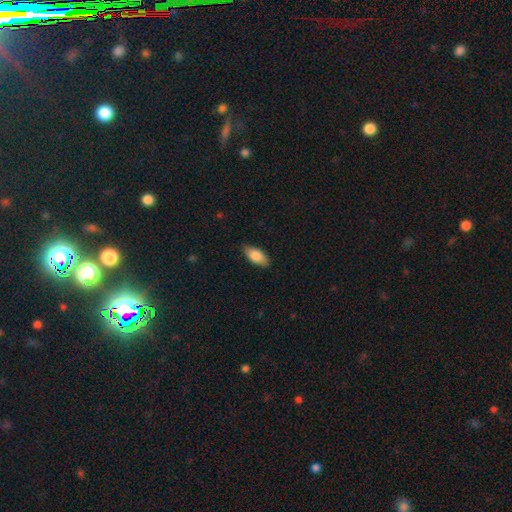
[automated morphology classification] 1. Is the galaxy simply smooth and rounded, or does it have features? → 82% smooth, 12% featured or disk, 6% star or artifact.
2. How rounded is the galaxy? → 88% in between, 9% cigar-shaped, 3% round.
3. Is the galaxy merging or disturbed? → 85% none, 12% minor disturbance, 2% major disturbance, 1% merger.